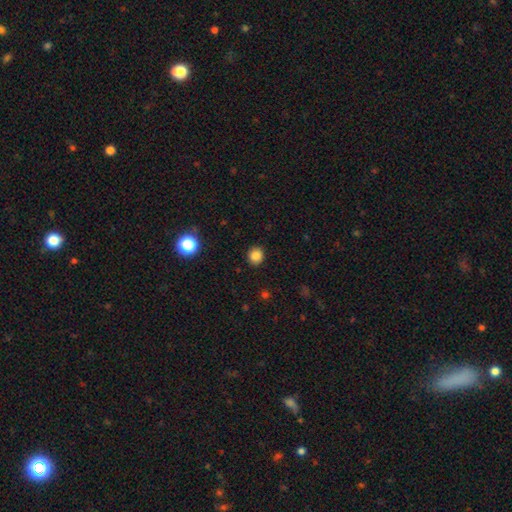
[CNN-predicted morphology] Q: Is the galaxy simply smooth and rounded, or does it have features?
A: smooth — 84%.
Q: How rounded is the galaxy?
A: round — 89%.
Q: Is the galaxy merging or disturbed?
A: none — 91%.